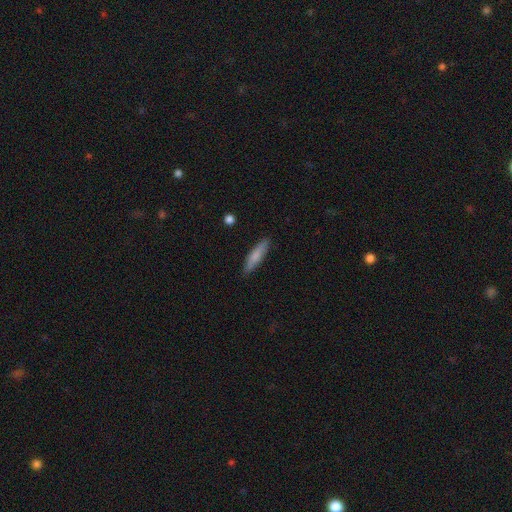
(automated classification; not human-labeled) Q: Smooth or featured?
A: smooth (77%); runner-up: featured or disk (17%)
Q: How rounded?
A: cigar-shaped (77%); runner-up: in between (21%)
Q: Merging?
A: none (87%); runner-up: minor disturbance (10%)